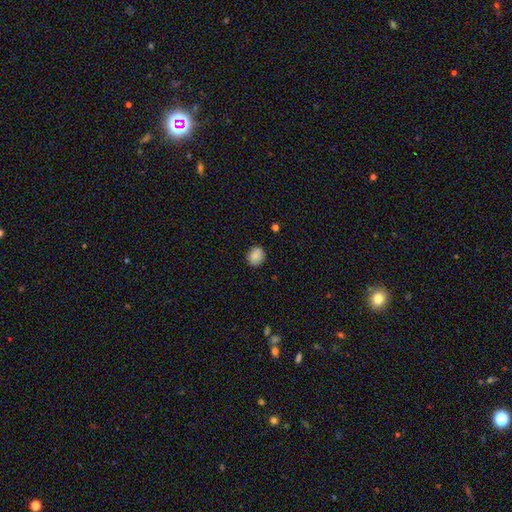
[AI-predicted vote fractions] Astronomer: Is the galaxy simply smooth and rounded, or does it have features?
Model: smooth — 87%.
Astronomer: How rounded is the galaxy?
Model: round — 67%.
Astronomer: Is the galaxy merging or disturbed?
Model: none — 86%.